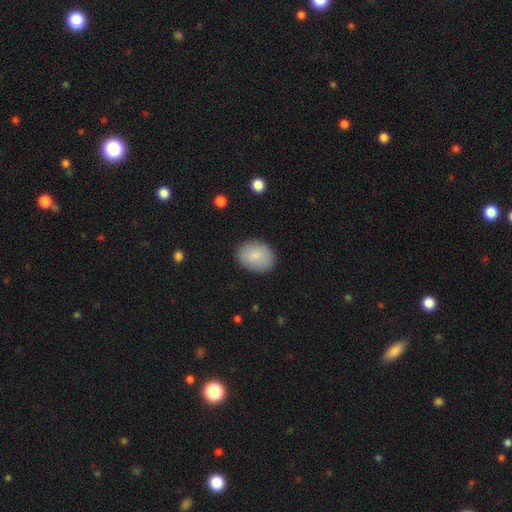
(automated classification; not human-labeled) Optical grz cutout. It shows a smooth galaxy with no disk features (84%) that is in between round and cigar-shaped (56%). Merging: none (86%).